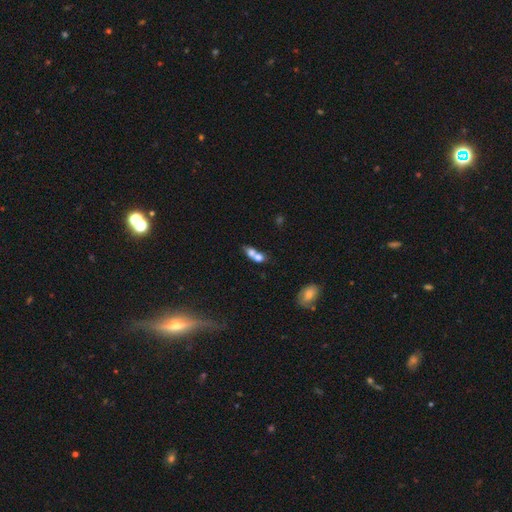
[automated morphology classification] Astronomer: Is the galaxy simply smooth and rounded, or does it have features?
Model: smooth — 70%.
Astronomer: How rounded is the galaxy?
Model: in between — 59%.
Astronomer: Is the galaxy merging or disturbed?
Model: merger — 70%.